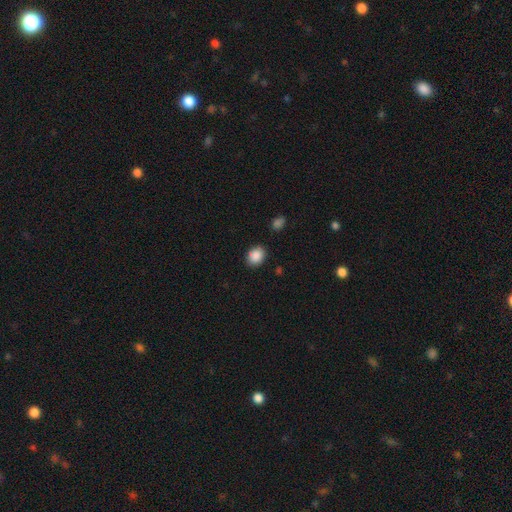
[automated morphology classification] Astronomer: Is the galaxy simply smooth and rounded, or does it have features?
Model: smooth — 88%.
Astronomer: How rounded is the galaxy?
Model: in between — 50% (runner-up: round, 49%).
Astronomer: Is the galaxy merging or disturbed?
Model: none — 85%.